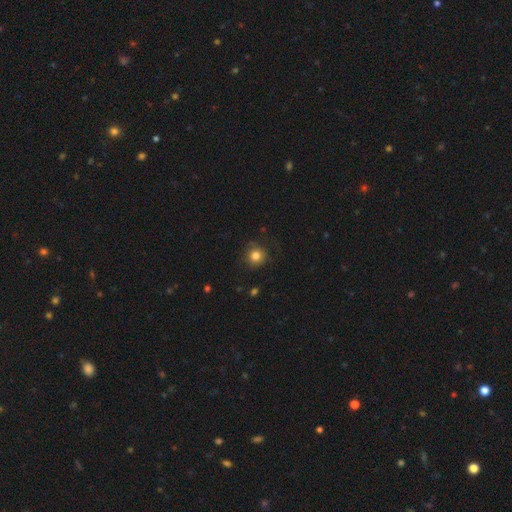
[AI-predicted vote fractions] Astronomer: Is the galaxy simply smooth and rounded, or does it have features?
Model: smooth — 81%.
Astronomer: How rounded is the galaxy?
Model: round — 91%.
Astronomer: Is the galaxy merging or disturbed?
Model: none — 80%.